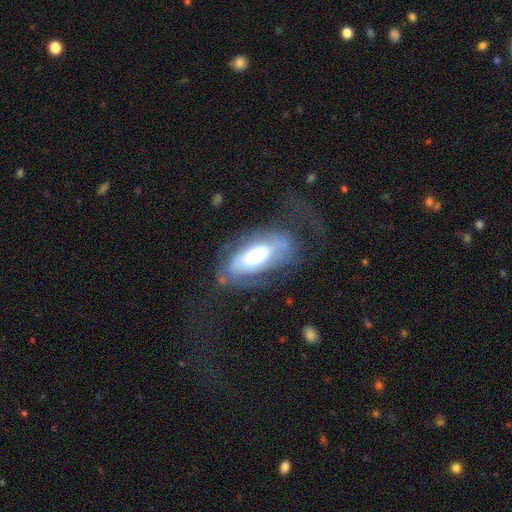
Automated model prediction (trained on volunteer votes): smooth_or_featured: featured or disk (p=0.56) [alt: smooth p=0.37]
disk_edge_on: no (p=0.85) [alt: yes p=0.15]
merging: none (p=0.42) [alt: major disturbance p=0.32]